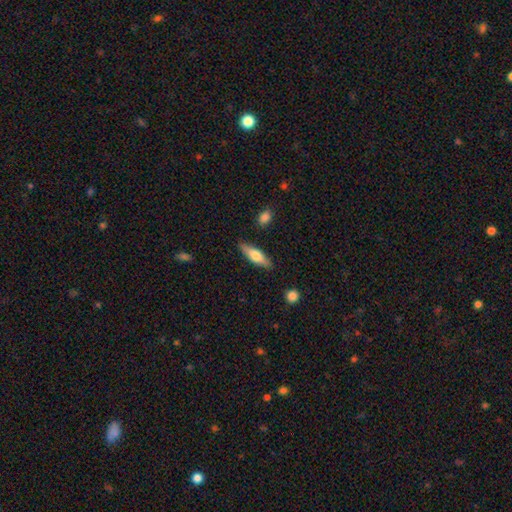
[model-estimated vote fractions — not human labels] Q: Smooth or featured?
A: smooth (61%); runner-up: featured or disk (33%)
Q: How rounded?
A: cigar-shaped (57%); runner-up: in between (41%)
Q: Merging?
A: none (86%); runner-up: minor disturbance (10%)